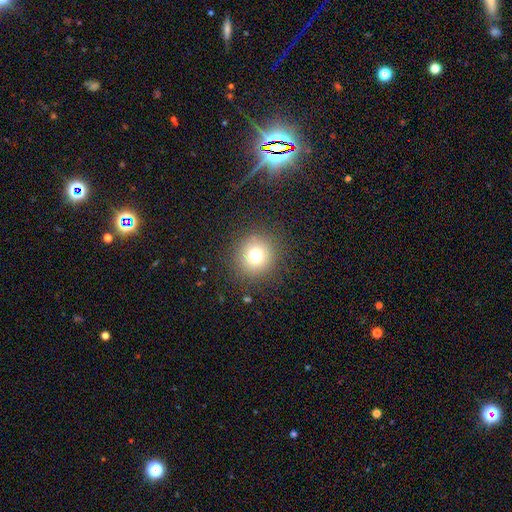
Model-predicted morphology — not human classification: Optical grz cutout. It shows a smooth galaxy with no disk features (73%) that is round (93%). Merging: none (88%).